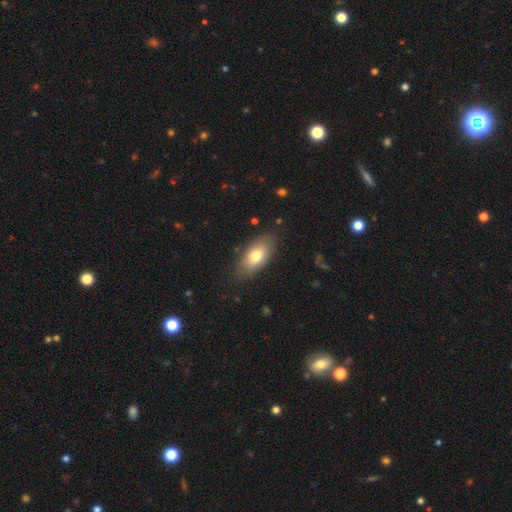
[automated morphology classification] Q: Smooth or featured?
A: smooth (74%); runner-up: featured or disk (19%)
Q: How rounded?
A: in between (88%); runner-up: cigar-shaped (8%)
Q: Merging?
A: none (83%); runner-up: minor disturbance (13%)